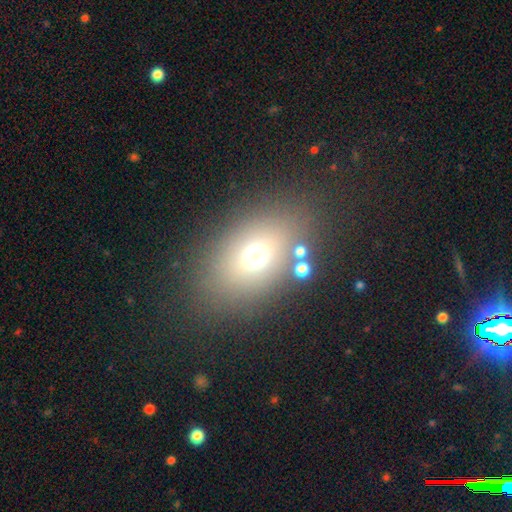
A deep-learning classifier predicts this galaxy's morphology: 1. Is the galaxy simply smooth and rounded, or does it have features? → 67% smooth, 18% star or artifact, 15% featured or disk.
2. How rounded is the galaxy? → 73% in between, 25% round, 2% cigar-shaped.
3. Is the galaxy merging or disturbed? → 77% none, 10% minor disturbance, 7% merger, 6% major disturbance.